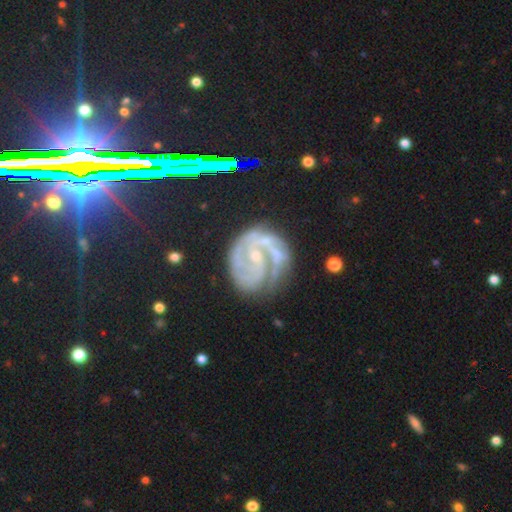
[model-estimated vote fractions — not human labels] The model was most divided on "bar": no: 43%, weak: 39%, strong: 18%. More confident: edge-on disk — no (98%); spiral arms — yes (95%); smooth or featured — featured or disk (85%); bulge size — small (74%); merging — none (57%); spiral arm count — 2 (57%); spiral winding — tight (51%).